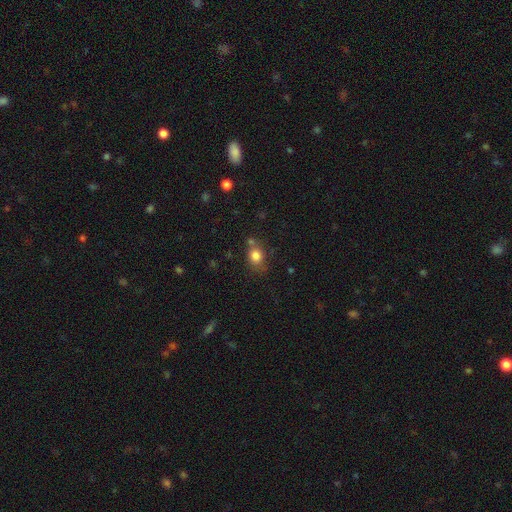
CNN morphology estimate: smooth 82%, star or artifact 11%, featured or disk 7%. Down the decision tree: how rounded — round (58%); merging — none (63%).